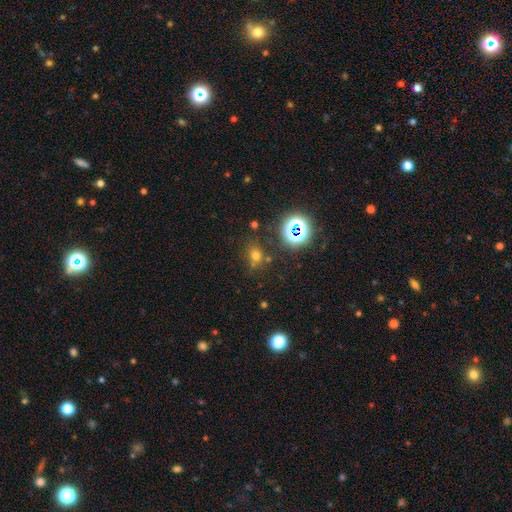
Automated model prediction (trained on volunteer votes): smooth 61%, star or artifact 30%, featured or disk 9%. Down the decision tree: how rounded — round (68%); merging — none (71%).